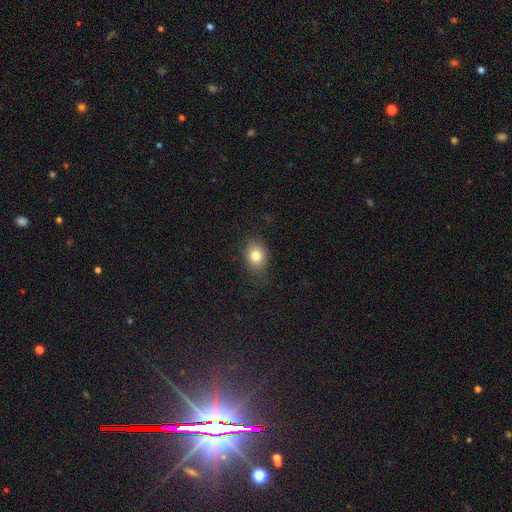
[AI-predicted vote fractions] Smooth or featured? Predicted: smooth (p=0.79). How rounded? Predicted: in between (p=0.53). Merging? Predicted: none (p=0.80).